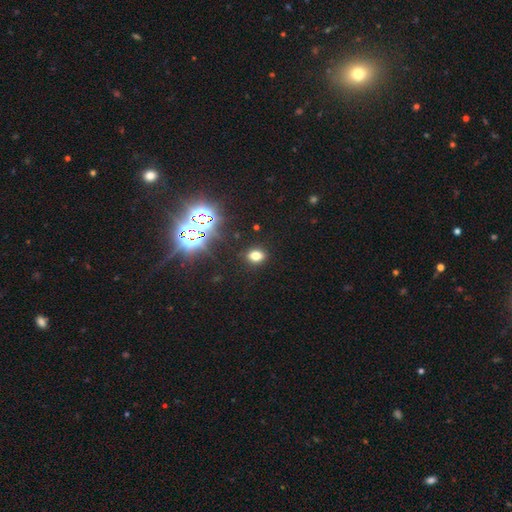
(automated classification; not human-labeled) Morphology: type=smooth (70%); roundness=in between (71%); merging=none (89%).